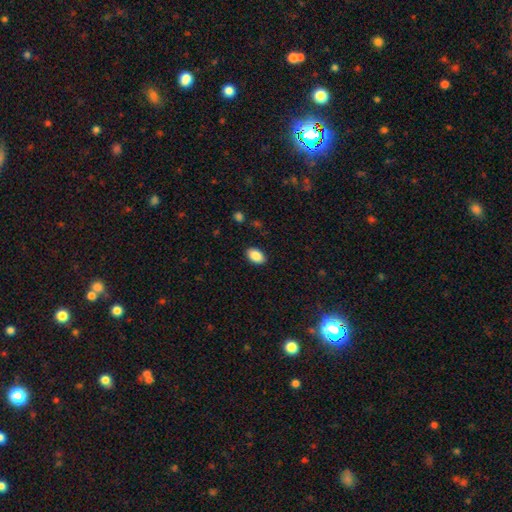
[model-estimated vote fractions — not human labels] Morphology: type=smooth (88%); roundness=in between (91%); merging=none (89%).